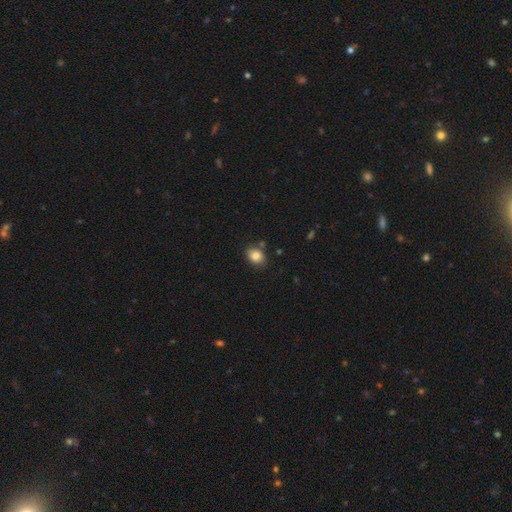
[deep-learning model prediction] Smooth or featured?
  - smooth: 82% *
  - star or artifact: 9%
  - featured or disk: 8%
How rounded?
  - in between: 63% *
  - round: 36%
  - cigar-shaped: 1%
Merging?
  - none: 79% *
  - minor disturbance: 13%
  - merger: 5%
  - major disturbance: 3%